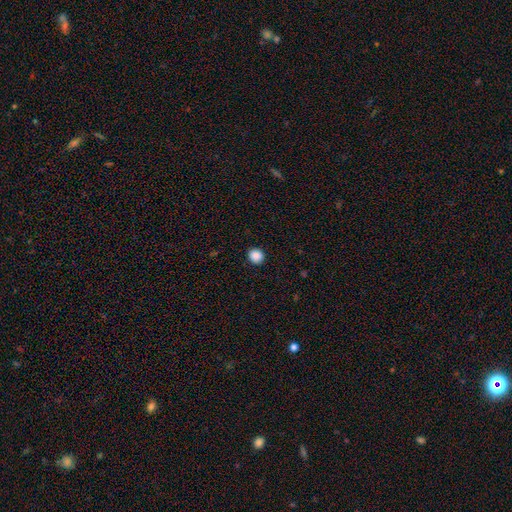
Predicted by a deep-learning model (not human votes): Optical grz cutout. It shows a smooth galaxy with no disk features (88%) that is round (88%). Merging: none (92%).